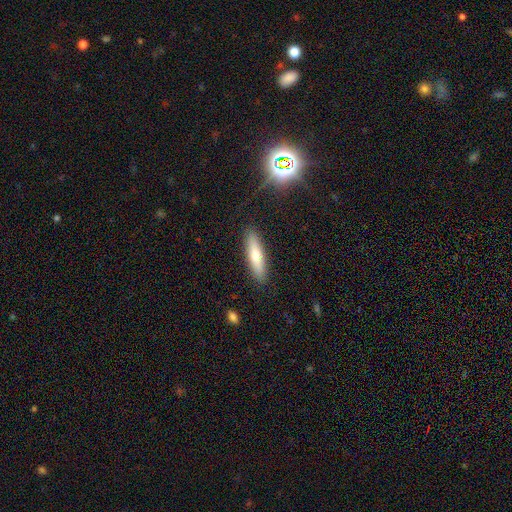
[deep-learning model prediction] Smooth or featured? smooth (64%)
How rounded? cigar-shaped (76%)
Merging? none (89%)